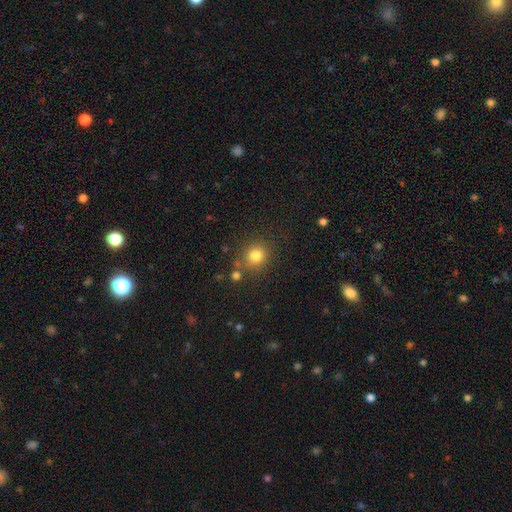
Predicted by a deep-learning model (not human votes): Overall: smooth (81%). How rounded: round (85%). Merging: none (78%).